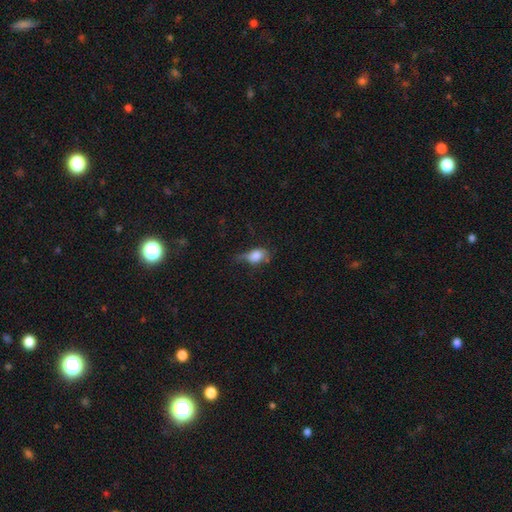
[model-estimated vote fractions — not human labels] Morphology: type=smooth (74%); roundness=in between (76%); merging=minor disturbance (38%).